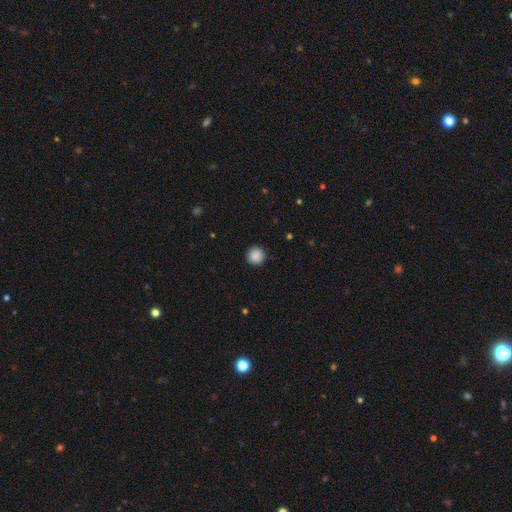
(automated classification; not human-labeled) Smooth or featured?
  - smooth: 89% *
  - star or artifact: 9%
  - featured or disk: 3%
How rounded?
  - round: 96% *
  - in between: 3%
  - cigar-shaped: 1%
Merging?
  - none: 92% *
  - minor disturbance: 5%
  - major disturbance: 2%
  - merger: 1%